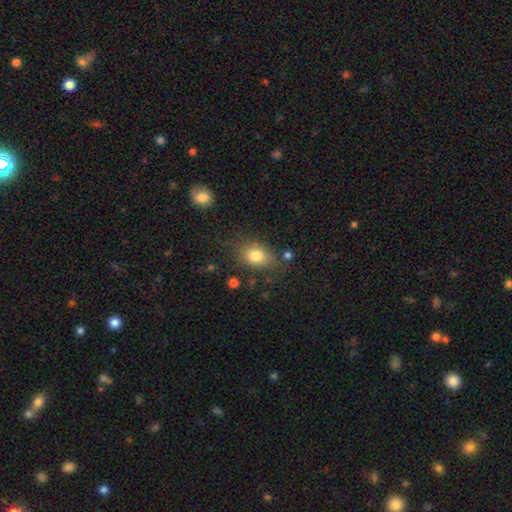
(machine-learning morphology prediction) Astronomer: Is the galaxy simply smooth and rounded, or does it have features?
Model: smooth — 80%.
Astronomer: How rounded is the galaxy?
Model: in between — 69%.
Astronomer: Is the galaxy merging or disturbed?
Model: none — 72%.